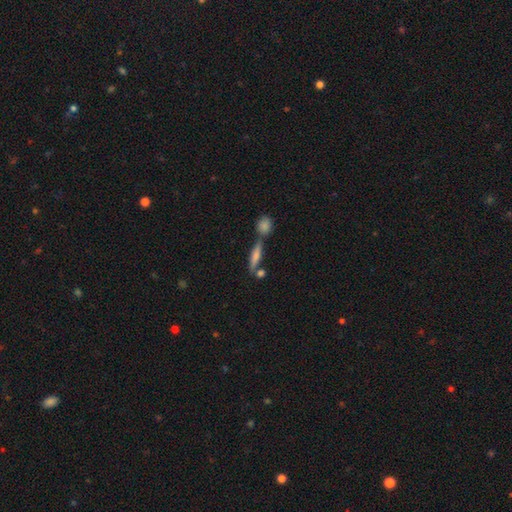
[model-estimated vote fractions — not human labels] Overall: smooth (44%; featured or disk 40%). Merging: none (58%; merger 27%).